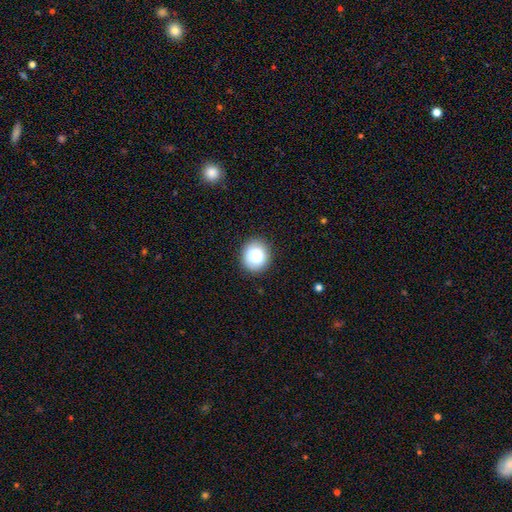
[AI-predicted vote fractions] Smooth or featured?
  - smooth: 84% *
  - star or artifact: 9%
  - featured or disk: 8%
How rounded?
  - round: 78% *
  - in between: 21%
  - cigar-shaped: 1%
Merging?
  - none: 84% *
  - minor disturbance: 11%
  - major disturbance: 3%
  - merger: 2%